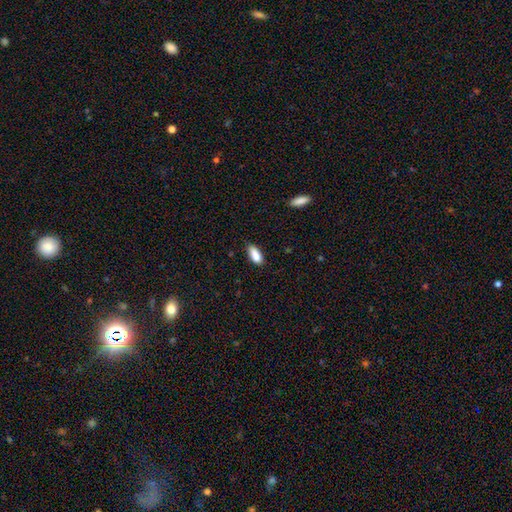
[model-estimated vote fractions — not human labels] Morphology: type=smooth (83%); roundness=in between (79%); merging=none (60%).